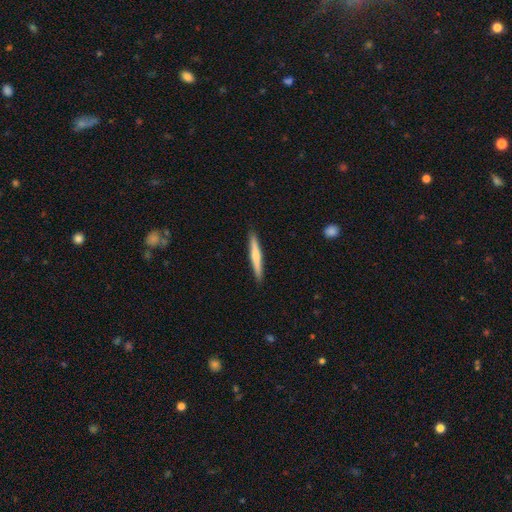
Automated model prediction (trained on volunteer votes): A smooth galaxy with no disk features (56%) that is cigar-shaped (96%). Merging: none (91%).